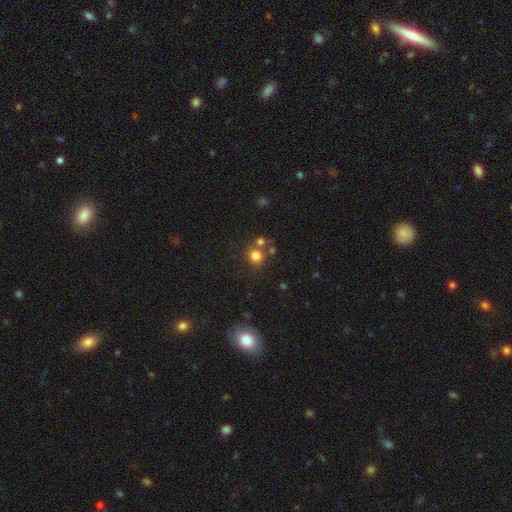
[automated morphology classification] This appears to be a smooth galaxy with no disk features (77%) that is round (85%). Merging: none (65%).